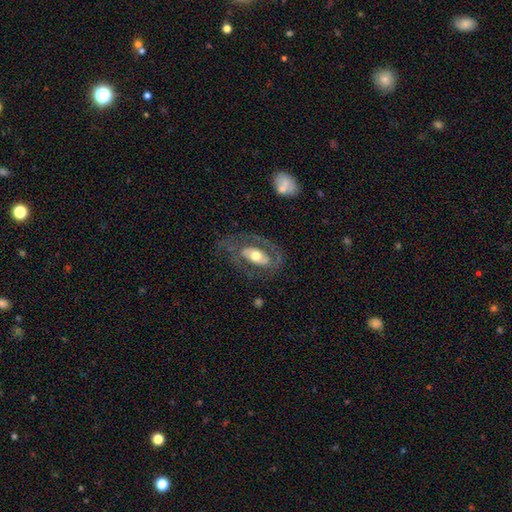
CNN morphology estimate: featured or disk 72%, smooth 23%, star or artifact 5%. Down the decision tree: edge-on disk — no (93%); bar — no (53%); spiral arms — yes (67%); bulge size — moderate (67%); merging — none (62%).